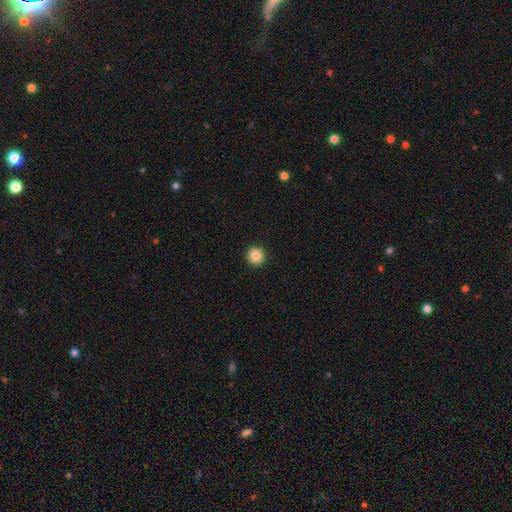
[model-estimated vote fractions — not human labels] A smooth galaxy with no disk features (85%) that is round (95%). Merging: none (93%).